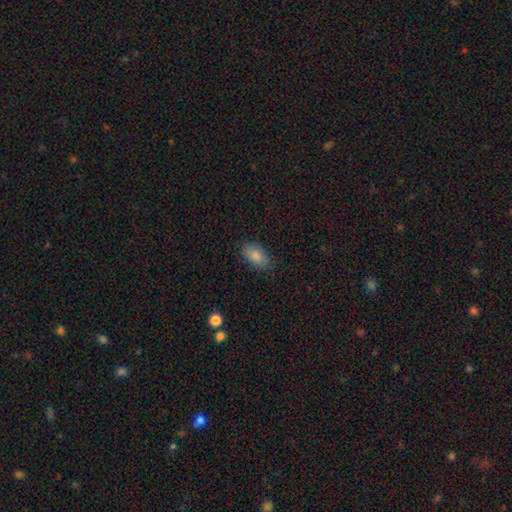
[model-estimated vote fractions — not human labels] The model was most divided on "merging": none: 83%, minor disturbance: 13%, major disturbance: 3%, merger: 1%. More confident: how rounded — in between (92%); smooth or featured — smooth (86%).